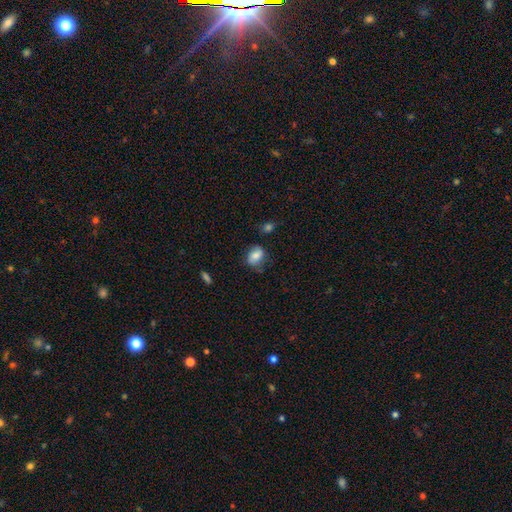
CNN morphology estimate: This appears to be a smooth galaxy with no disk features (76%) that is in between round and cigar-shaped (71%). Merging: none (64%).